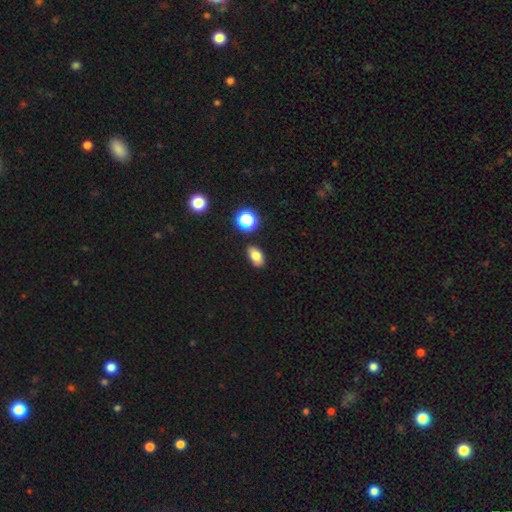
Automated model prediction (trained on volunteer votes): Smooth or featured? smooth (78%)
How rounded? in between (88%)
Merging? none (85%)